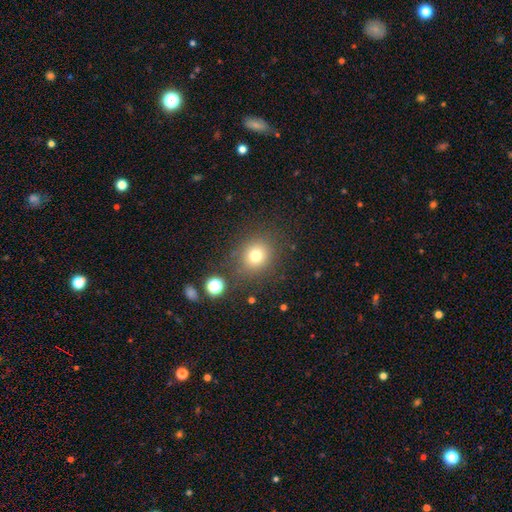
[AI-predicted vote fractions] This is likely a smooth galaxy (74%). How rounded: clearly round (82%). Merging: clearly none (82%).